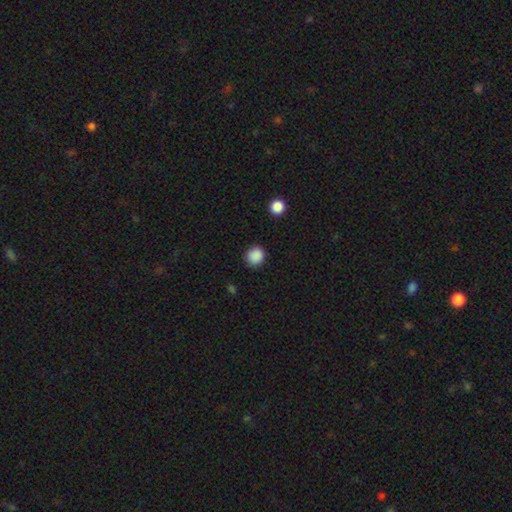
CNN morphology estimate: The model was most divided on "smooth or featured": smooth: 88%, star or artifact: 10%, featured or disk: 2%. More confident: merging — none (89%); how rounded — round (89%).